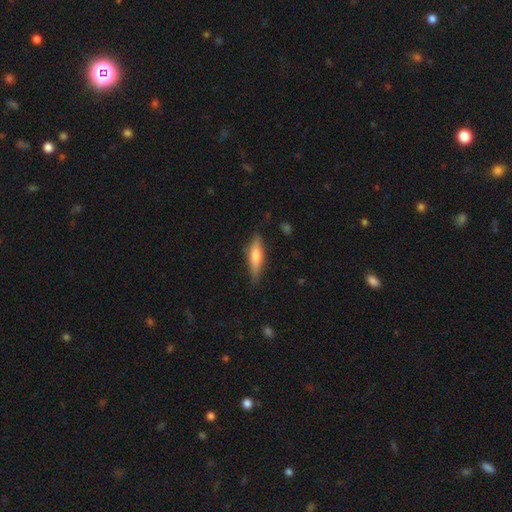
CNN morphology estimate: The model was most divided on "smooth or featured": smooth: 58%, featured or disk: 36%, star or artifact: 6%. More confident: merging — none (79%); how rounded — cigar-shaped (69%).